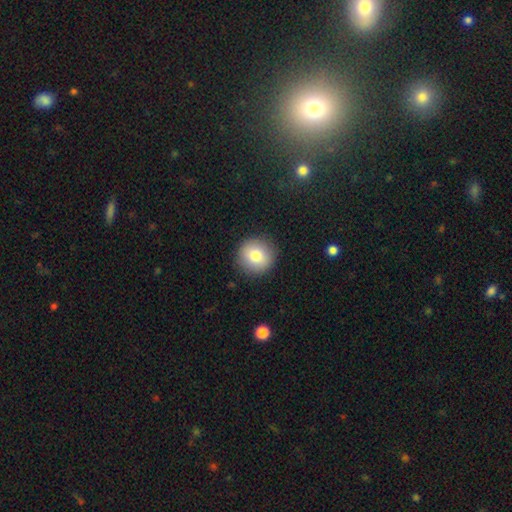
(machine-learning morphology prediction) smooth 80%, featured or disk 11%, star or artifact 9%. Down the decision tree: how rounded — round (93%); merging — none (90%).